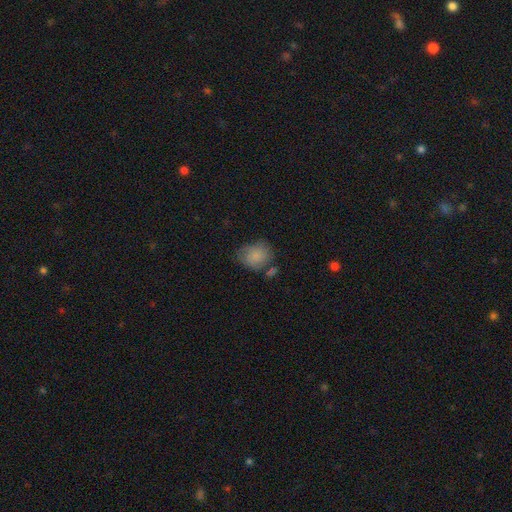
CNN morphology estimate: The model was most divided on "how rounded": round: 53%, in between: 46%, cigar-shaped: 1%. More confident: smooth or featured — smooth (82%); merging — none (54%).